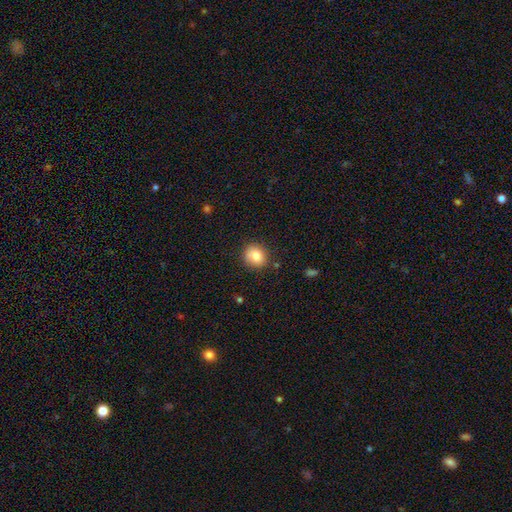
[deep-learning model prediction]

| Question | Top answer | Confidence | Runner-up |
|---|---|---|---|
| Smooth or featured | smooth | 83% | star or artifact (10%) |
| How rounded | round | 82% | in between (17%) |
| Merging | none | 83% | minor disturbance (12%) |